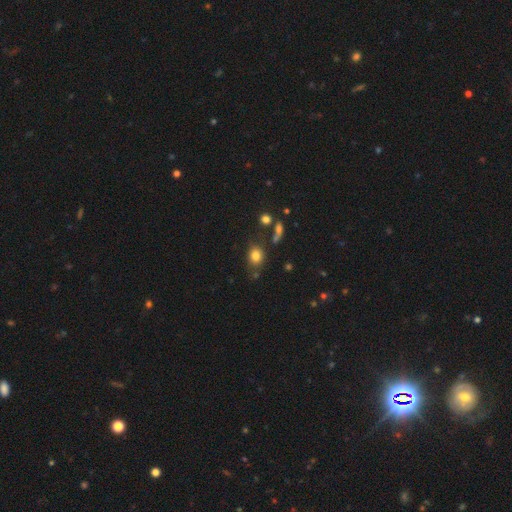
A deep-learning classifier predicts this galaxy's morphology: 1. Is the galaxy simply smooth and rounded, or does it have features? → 80% smooth, 12% star or artifact, 8% featured or disk.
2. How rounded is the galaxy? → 50% round, 48% in between, 2% cigar-shaped.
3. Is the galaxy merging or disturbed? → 68% none, 17% minor disturbance, 8% merger, 7% major disturbance.